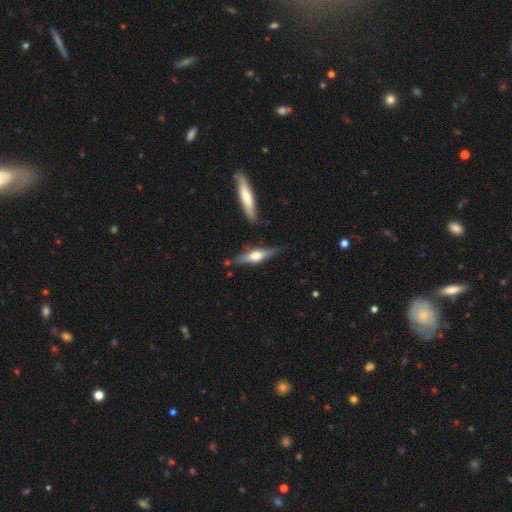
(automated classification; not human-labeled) Smooth or featured: featured or disk — 64% (smooth — 30%)
Edge-on disk: yes — 95% (no — 5%)
Edge-on bulge: rounded — 90% (boxy — 8%)
Merging: none — 78% (minor disturbance — 14%)